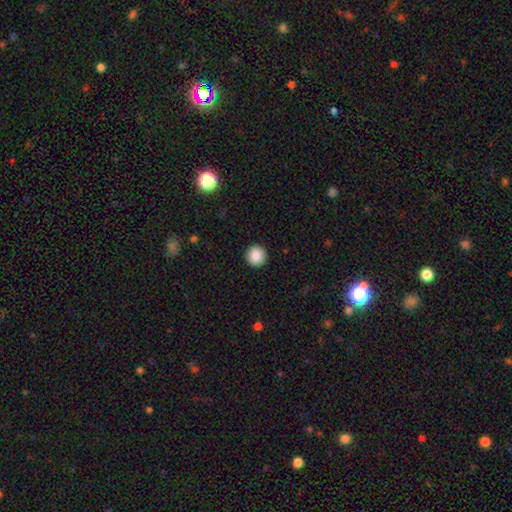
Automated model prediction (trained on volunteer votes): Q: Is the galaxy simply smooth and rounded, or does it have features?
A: smooth — 88%.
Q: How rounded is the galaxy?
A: round — 94%.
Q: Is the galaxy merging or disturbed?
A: none — 93%.